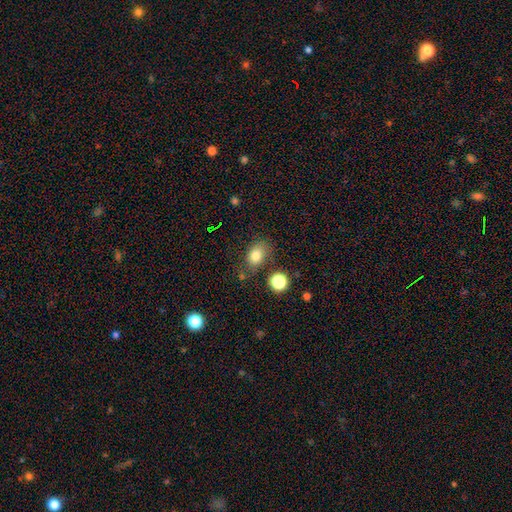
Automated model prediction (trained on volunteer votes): A smooth galaxy with no disk features (80%) that is in between round and cigar-shaped (71%).

Vote fractions:
- Smooth or featured? smooth: 80% / star or artifact: 11% / featured or disk: 9%
- How rounded? in between: 71% / round: 28% / cigar-shaped: 1%
- Merging? none: 69% / minor disturbance: 18% / merger: 6% / major disturbance: 6%